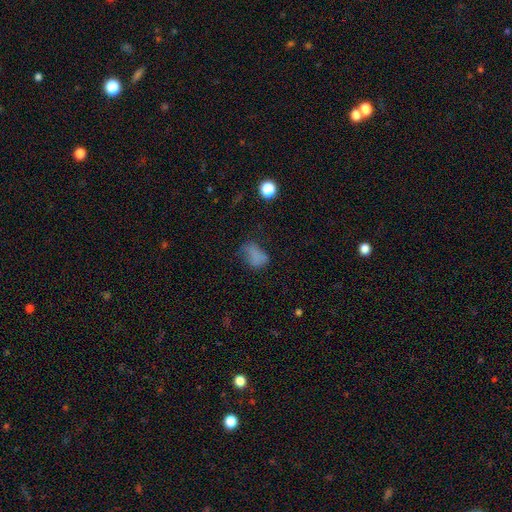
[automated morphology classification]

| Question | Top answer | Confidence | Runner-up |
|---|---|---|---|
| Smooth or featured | smooth | 68% | star or artifact (17%) |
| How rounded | in between | 79% | round (19%) |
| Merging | none | 42% | minor disturbance (29%) |